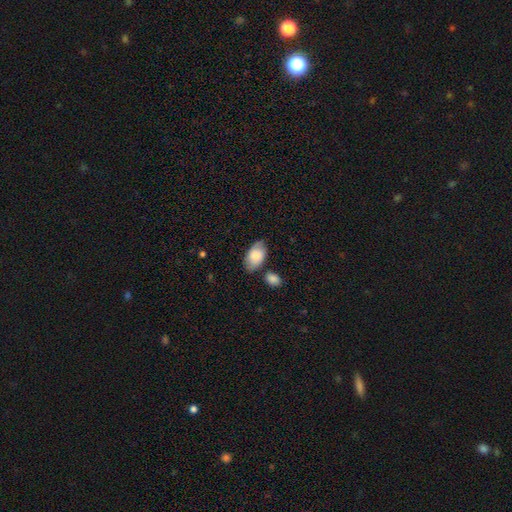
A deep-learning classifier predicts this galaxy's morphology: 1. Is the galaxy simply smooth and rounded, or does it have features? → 74% smooth, 19% featured or disk, 7% star or artifact.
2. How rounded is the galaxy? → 93% in between, 6% round, 2% cigar-shaped.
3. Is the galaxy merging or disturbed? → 65% none, 21% minor disturbance, 9% merger, 5% major disturbance.